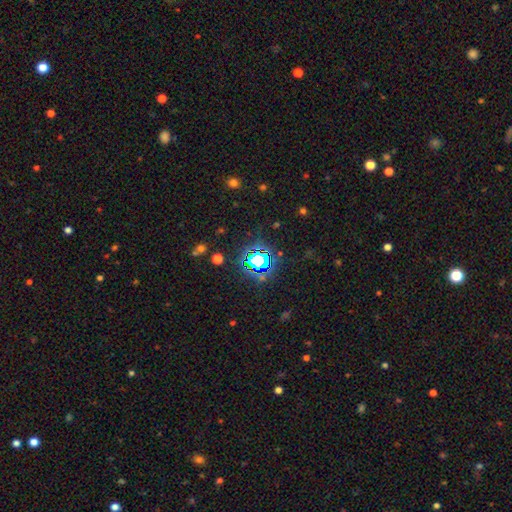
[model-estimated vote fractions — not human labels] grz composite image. It shows a star or artifact, not a galaxy (70%).